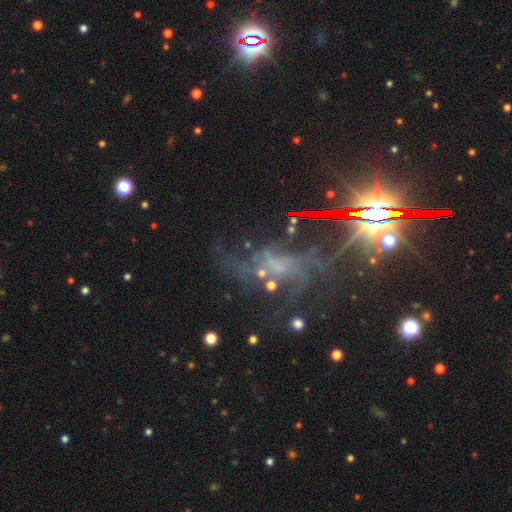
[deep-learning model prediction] A featured or disk galaxy (45%). Merging: none (47%).